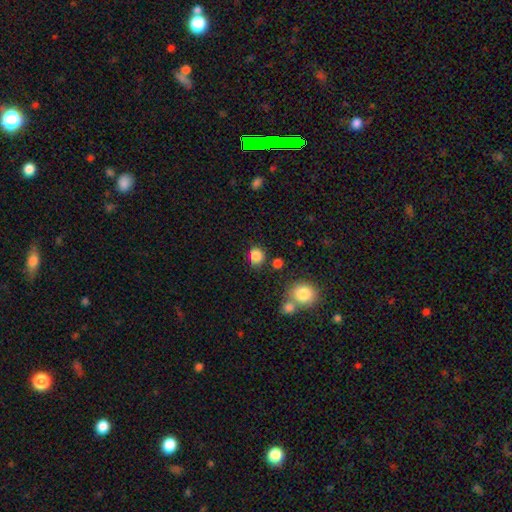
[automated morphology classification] Smooth or featured? smooth (84%)
How rounded? round (70%)
Merging? none (71%)